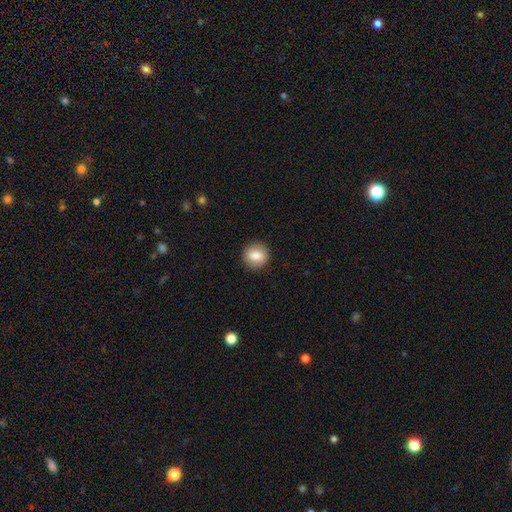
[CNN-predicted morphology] smooth 81%, featured or disk 11%, star or artifact 8%. Down the decision tree: how rounded — round (90%); merging — none (90%).